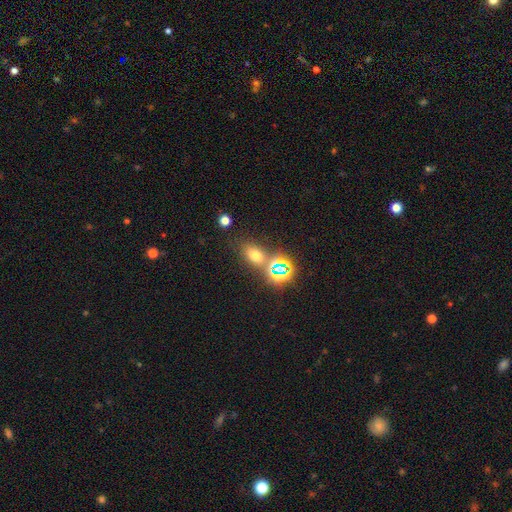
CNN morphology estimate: Smooth or featured? smooth (59%)
How rounded? in between (73%)
Merging? none (70%)